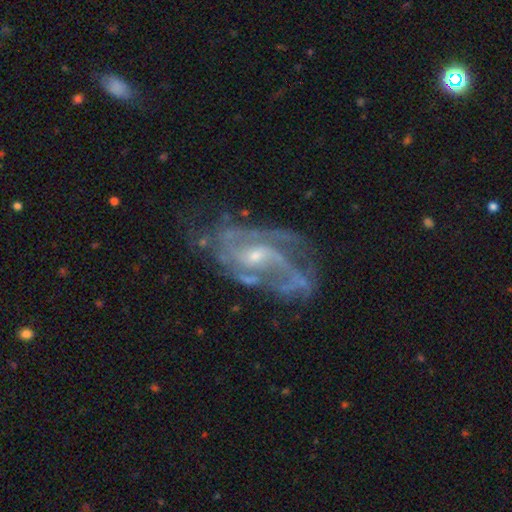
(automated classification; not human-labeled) A featured or disk galaxy (86%) with a weak bar (47%), 2 (39%) medium (47%) spiral arms (93%) and a small central bulge (56%).

Vote fractions:
- Smooth or featured? featured or disk: 86% / star or artifact: 9% / smooth: 6%
- Edge-on disk? no: 96% / yes: 4%
- Bar? weak: 47% / no: 40% / strong: 13%
- Spiral arms? yes: 93% / no: 7%
- Spiral winding? medium: 47% / tight: 34% / loose: 18%
- Spiral arm count? 2: 39% / can't tell: 24% / 3: 20% / 4: 7% / 1: 6% / more than 4: 5%
- Bulge size? small: 56% / moderate: 36% / none: 5% / large: 2% / dominant: 1%
- Merging? none: 59% / minor disturbance: 20% / major disturbance: 17% / merger: 3%